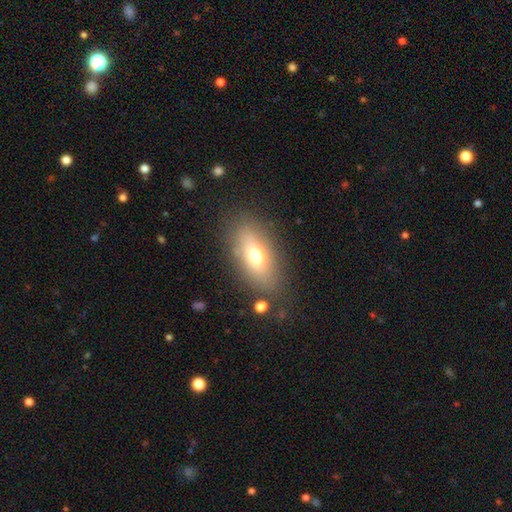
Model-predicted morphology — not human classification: smooth-or-featured: smooth: 67% | featured or disk: 23% | star or artifact: 10%
  how-rounded: in between: 83% | cigar-shaped: 10% | round: 7%
  merging: none: 79% | minor disturbance: 13% | major disturbance: 5% | merger: 3%